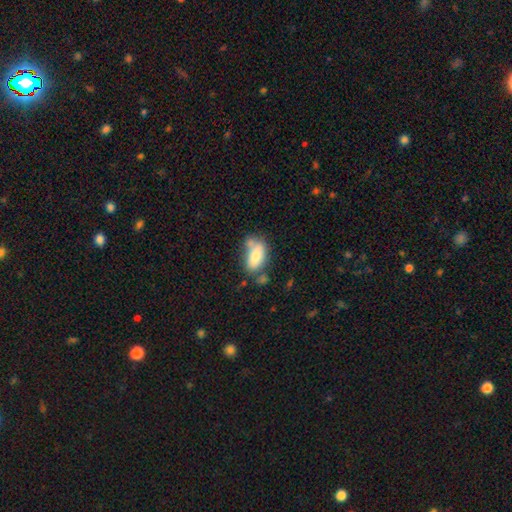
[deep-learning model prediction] This appears to be a smooth galaxy with no disk features (75%) that is in between round and cigar-shaped (89%). Merging: none (43%).